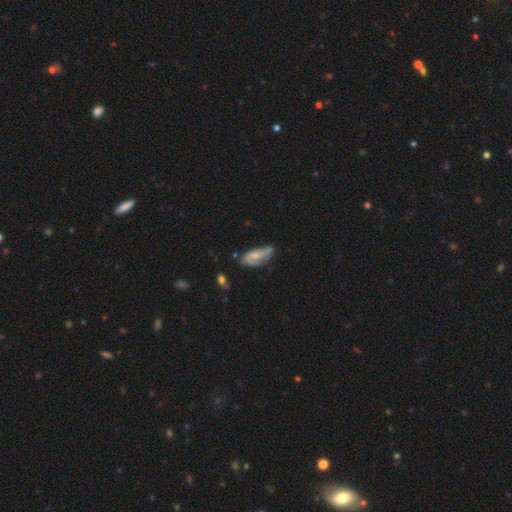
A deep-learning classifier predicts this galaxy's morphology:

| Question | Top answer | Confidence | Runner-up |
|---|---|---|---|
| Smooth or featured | featured or disk | 49% | smooth (44%) |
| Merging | none | 43% | minor disturbance (34%) |